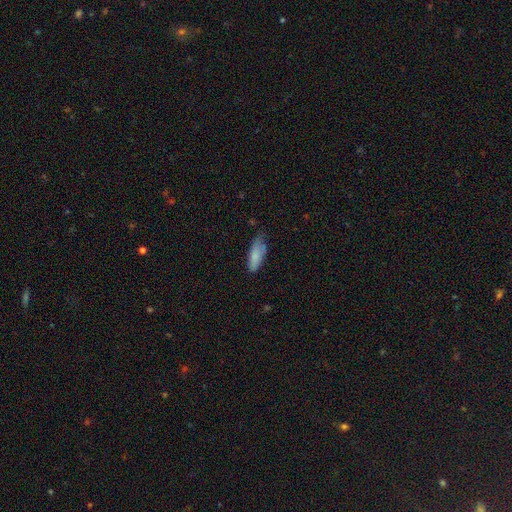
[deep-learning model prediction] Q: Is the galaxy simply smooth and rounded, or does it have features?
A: smooth — 83%.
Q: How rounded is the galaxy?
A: in between — 66%.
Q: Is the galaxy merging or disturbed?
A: none — 52%.